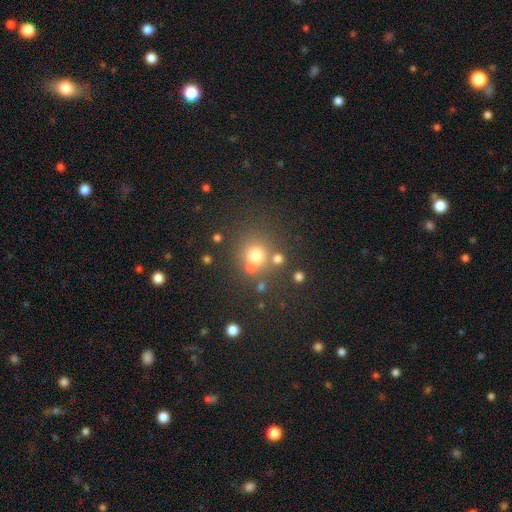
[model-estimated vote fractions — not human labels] smooth-or-featured: smooth: 70% | star or artifact: 20% | featured or disk: 10%
  how-rounded: round: 90% | in between: 9% | cigar-shaped: 1%
  merging: none: 68% | merger: 18% | minor disturbance: 9% | major disturbance: 5%